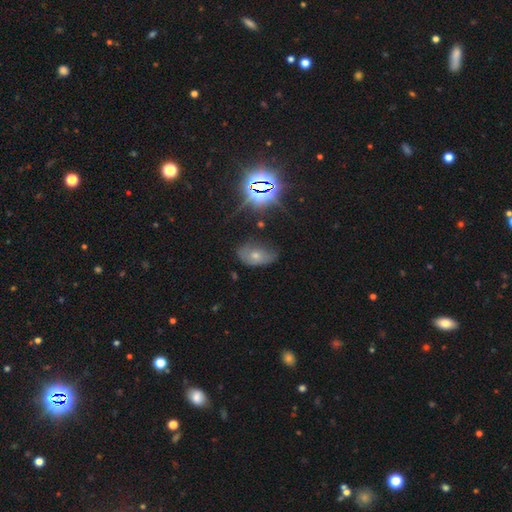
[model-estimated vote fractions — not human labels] smooth 50%, featured or disk 28%, star or artifact 22%. Down the decision tree: merging — none (45%).